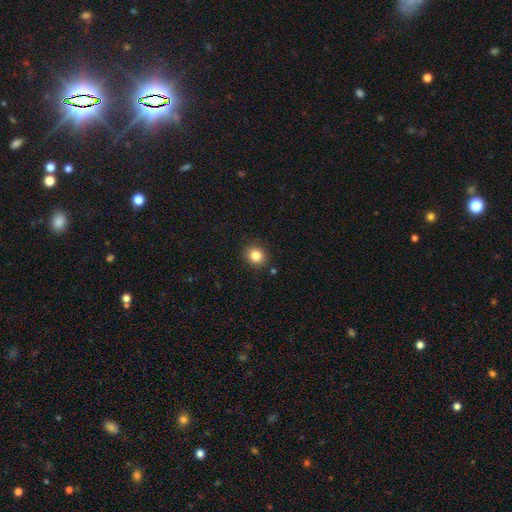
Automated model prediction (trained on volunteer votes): Smooth or featured? Predicted: smooth (p=0.83). How rounded? Predicted: round (p=0.80). Merging? Predicted: none (p=0.89).